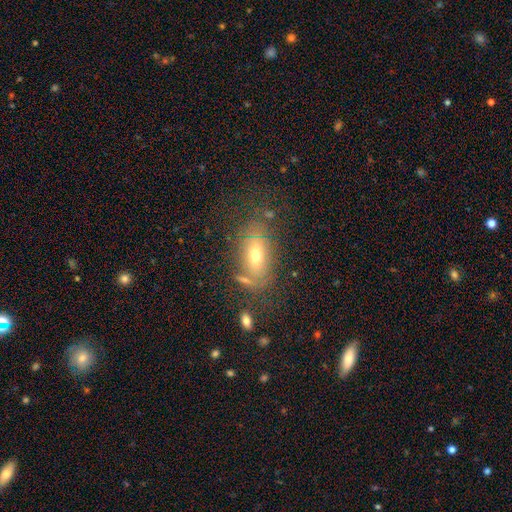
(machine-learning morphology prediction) smooth-or-featured: smooth: 62% | featured or disk: 27% | star or artifact: 11%
  how-rounded: in between: 86% | cigar-shaped: 8% | round: 7%
  merging: none: 65% | minor disturbance: 17% | major disturbance: 9% | merger: 8%